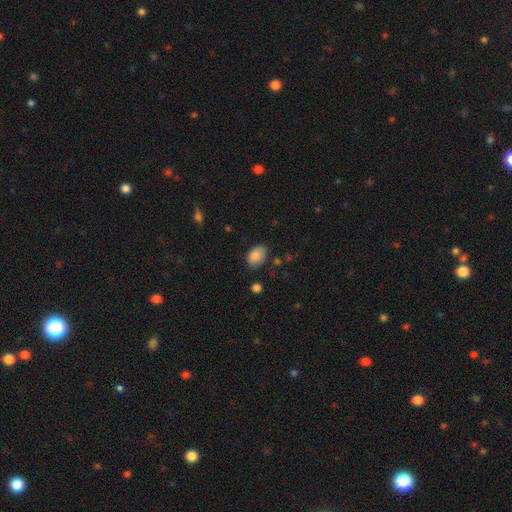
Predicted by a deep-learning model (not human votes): Morphology: type=smooth (86%); roundness=in between (79%); merging=none (69%).